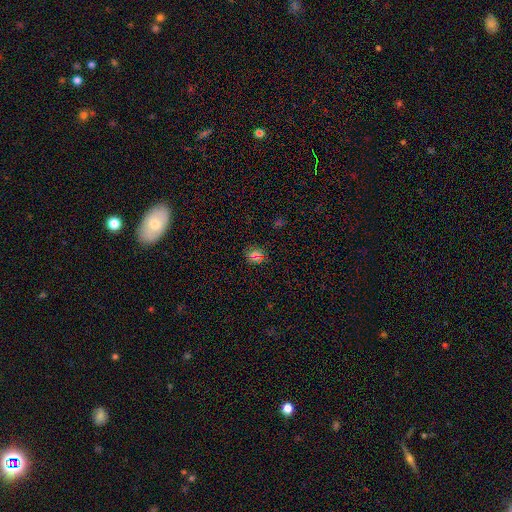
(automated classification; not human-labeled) This is likely a smooth galaxy (65%). How rounded: likely round (79%). Merging: clearly none (86%).